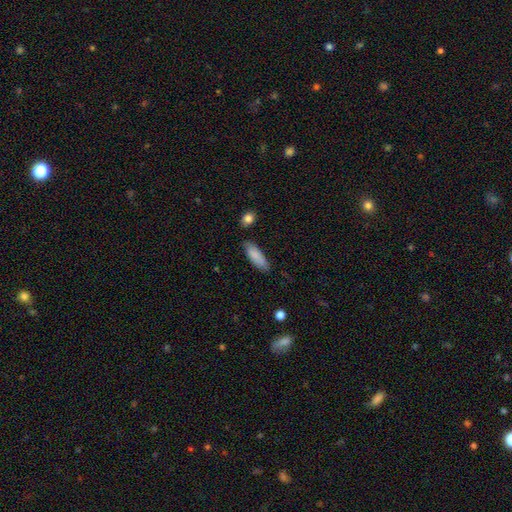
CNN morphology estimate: This appears to be a smooth galaxy with no disk features (85%) that is in between round and cigar-shaped (64%). Merging: none (78%).